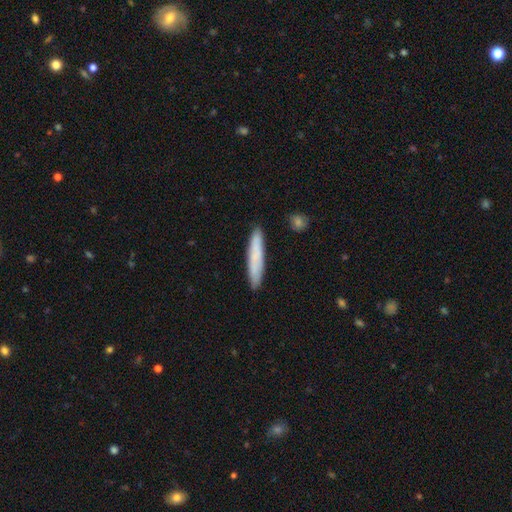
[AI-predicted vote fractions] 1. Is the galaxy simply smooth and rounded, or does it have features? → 74% smooth, 20% featured or disk, 6% star or artifact.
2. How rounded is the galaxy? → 92% cigar-shaped, 7% in between, 1% round.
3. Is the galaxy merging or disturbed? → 88% none, 8% minor disturbance, 2% major disturbance, 2% merger.